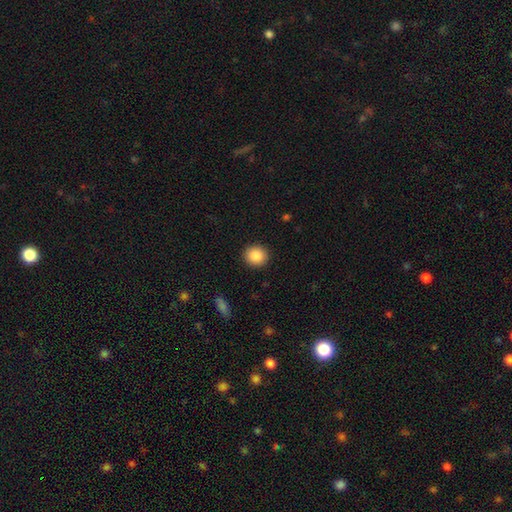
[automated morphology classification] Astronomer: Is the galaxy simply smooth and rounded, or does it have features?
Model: smooth — 87%.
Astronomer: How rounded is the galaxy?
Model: round — 85%.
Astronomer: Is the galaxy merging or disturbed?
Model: none — 92%.